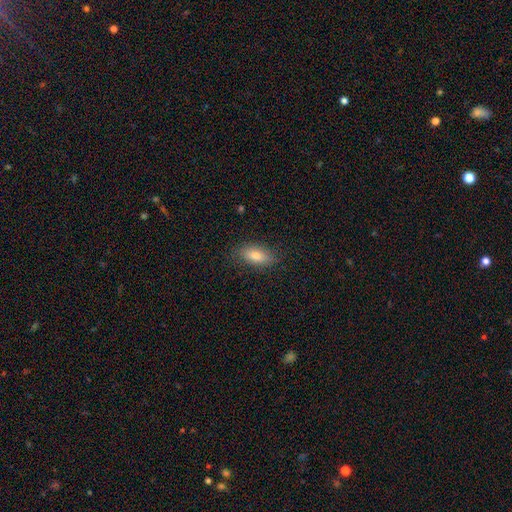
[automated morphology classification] smooth-or-featured: smooth: 78% | featured or disk: 14% | star or artifact: 8%
  how-rounded: in between: 82% | cigar-shaped: 14% | round: 4%
  merging: none: 84% | minor disturbance: 12% | major disturbance: 3% | merger: 1%